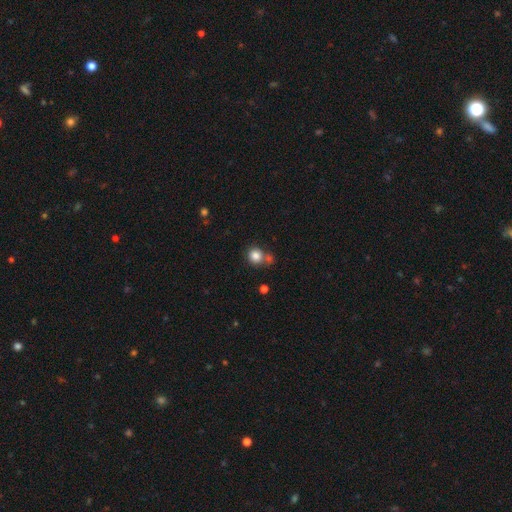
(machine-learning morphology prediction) smooth-or-featured: smooth: 83% | star or artifact: 11% | featured or disk: 6%
  how-rounded: round: 86% | in between: 13% | cigar-shaped: 1%
  merging: none: 61% | merger: 23% | minor disturbance: 12% | major disturbance: 4%